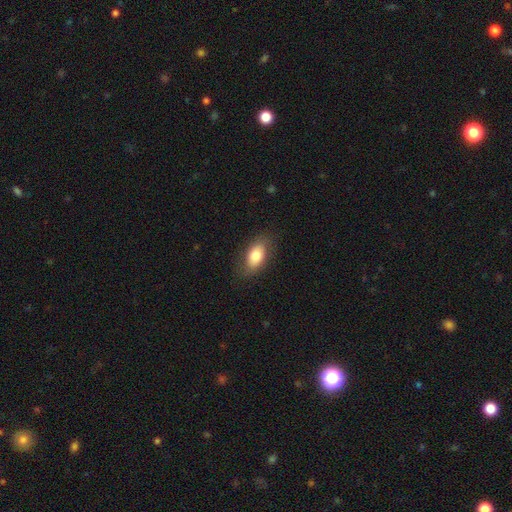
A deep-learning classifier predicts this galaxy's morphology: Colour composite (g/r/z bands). It shows a smooth galaxy with no disk features (78%) that is in between round and cigar-shaped (89%). Merging: none (81%).